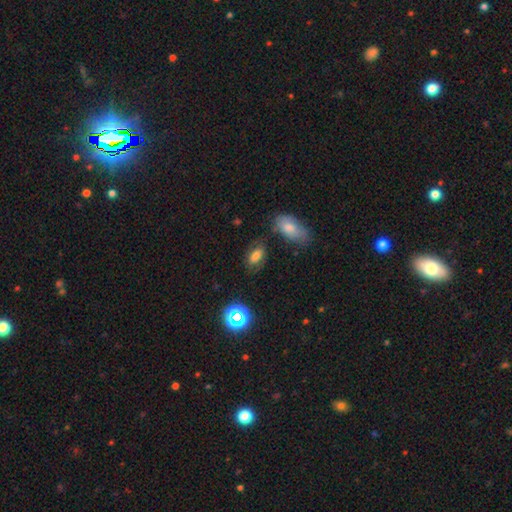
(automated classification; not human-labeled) A smooth galaxy with no disk features (71%) that is in between round and cigar-shaped (89%).

Vote fractions:
- Smooth or featured? smooth: 71% / star or artifact: 15% / featured or disk: 14%
- How rounded? in between: 89% / round: 8% / cigar-shaped: 4%
- Merging? none: 71% / minor disturbance: 18% / major disturbance: 6% / merger: 5%